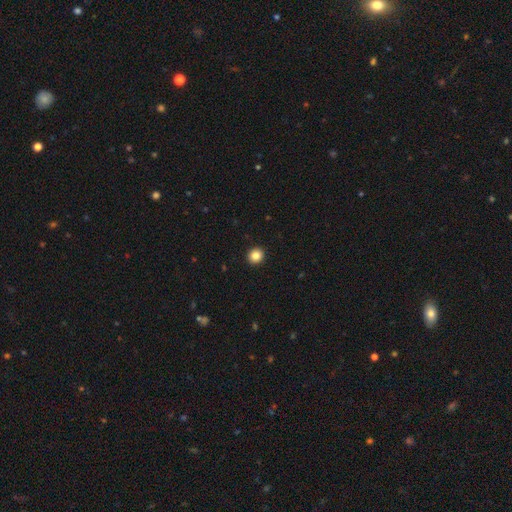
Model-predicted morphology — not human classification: A smooth galaxy with no disk features (85%) that is round (91%).

Vote fractions:
- Smooth or featured? smooth: 85% / star or artifact: 11% / featured or disk: 5%
- How rounded? round: 91% / in between: 8% / cigar-shaped: 1%
- Merging? none: 94% / minor disturbance: 4% / major disturbance: 1% / merger: 1%